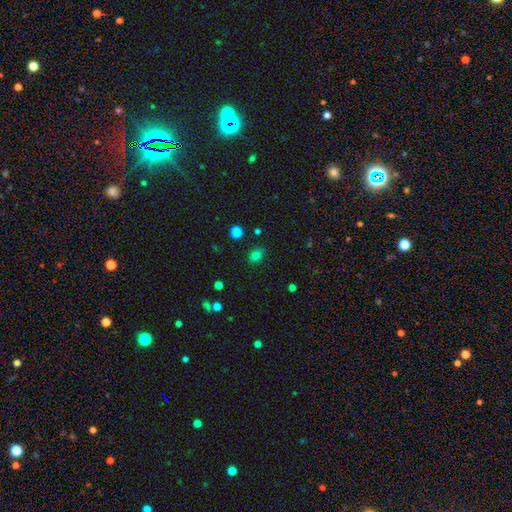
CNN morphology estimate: smooth 78%, star or artifact 17%, featured or disk 5%. Down the decision tree: how rounded — in between (66%); merging — none (77%).